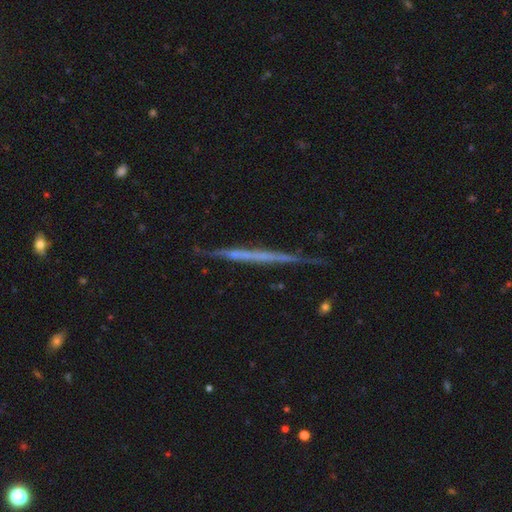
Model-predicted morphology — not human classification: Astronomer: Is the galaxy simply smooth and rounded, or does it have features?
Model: featured or disk — 61%.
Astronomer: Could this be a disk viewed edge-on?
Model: yes — 97%.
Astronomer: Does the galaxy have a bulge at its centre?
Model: none — 92%.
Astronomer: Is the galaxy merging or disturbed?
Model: none — 84%.